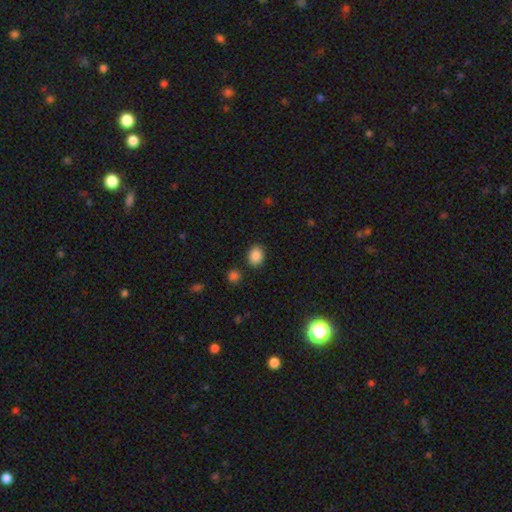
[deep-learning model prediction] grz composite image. It shows a smooth galaxy with no disk features (88%) that is in between round and cigar-shaped (54%). Merging: none (85%).